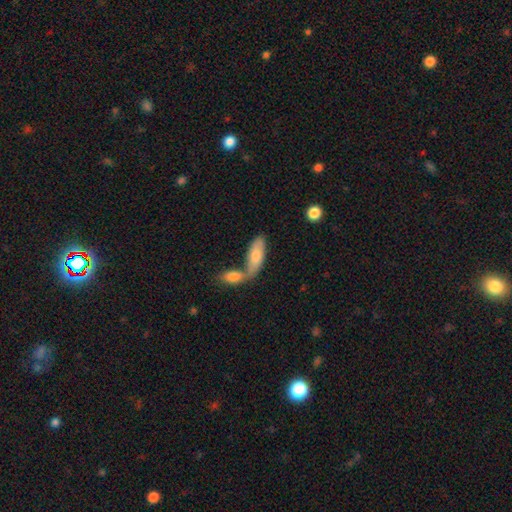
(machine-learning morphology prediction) This is likely a smooth galaxy (73%). How rounded: likely in between (76%). Merging: possibly merger (54%).